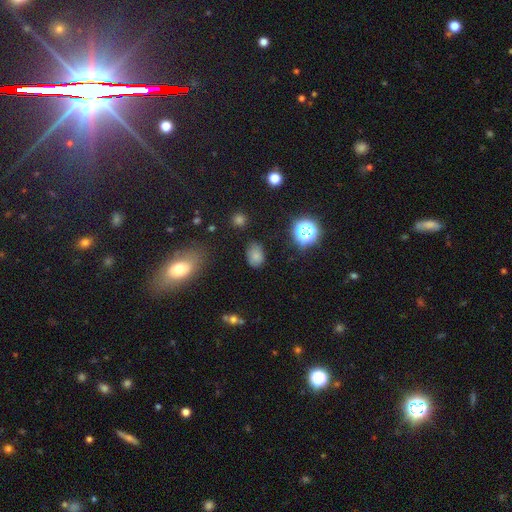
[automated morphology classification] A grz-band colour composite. It shows a smooth galaxy with no disk features (71%) that is in between round and cigar-shaped (80%). Merging: none (74%).